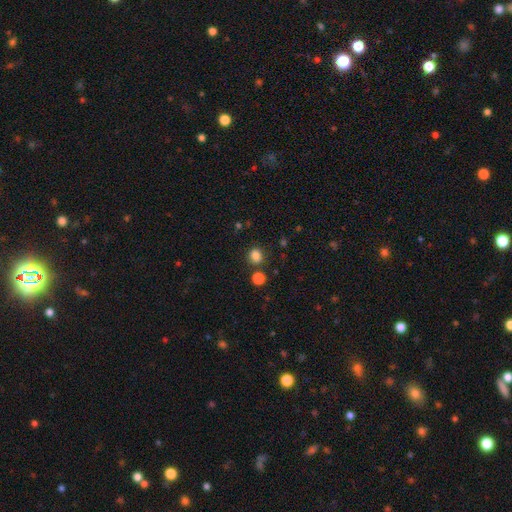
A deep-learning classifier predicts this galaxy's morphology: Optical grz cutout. It shows a smooth galaxy with no disk features (84%) that is round (73%). Merging: none (80%).